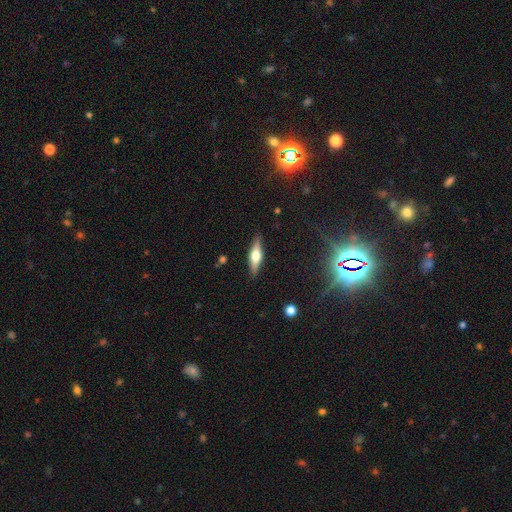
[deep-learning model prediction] Morphology: type=featured or disk (55%); edge-on=yes (94%); edge-on bulge=rounded (92%); merging=none (88%).